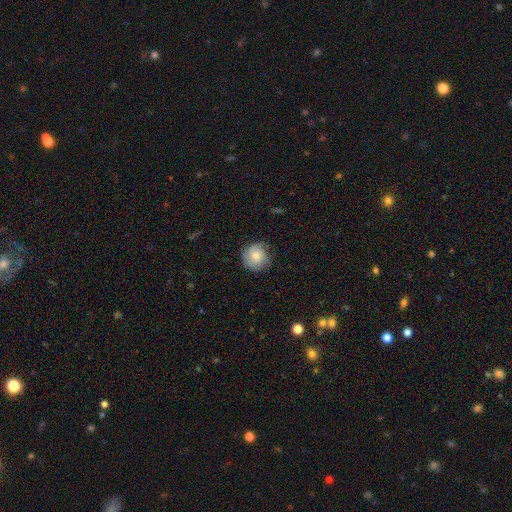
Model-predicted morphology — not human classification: This is likely a smooth galaxy (62%). How rounded: clearly round (88%). Merging: likely none (74%).